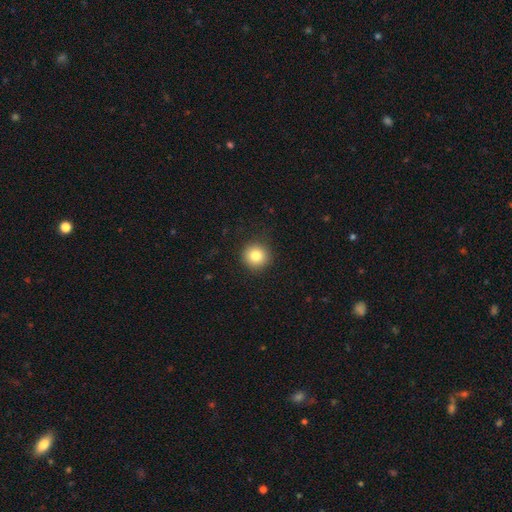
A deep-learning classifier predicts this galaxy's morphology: This is clearly a smooth galaxy (83%). How rounded: clearly round (94%). Merging: clearly none (91%).